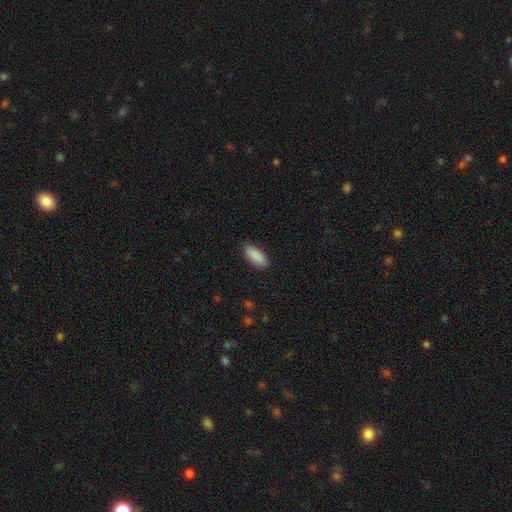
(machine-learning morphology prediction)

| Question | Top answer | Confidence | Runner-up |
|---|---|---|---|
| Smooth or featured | smooth | 90% | star or artifact (6%) |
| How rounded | in between | 79% | cigar-shaped (19%) |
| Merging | none | 86% | minor disturbance (10%) |